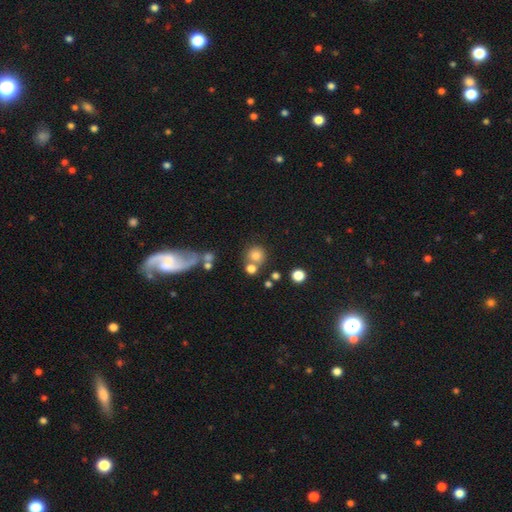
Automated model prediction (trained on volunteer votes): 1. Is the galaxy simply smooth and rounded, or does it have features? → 75% smooth, 14% star or artifact, 11% featured or disk.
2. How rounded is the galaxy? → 89% round, 10% in between, 1% cigar-shaped.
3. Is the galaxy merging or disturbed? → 59% none, 26% merger, 10% minor disturbance, 6% major disturbance.